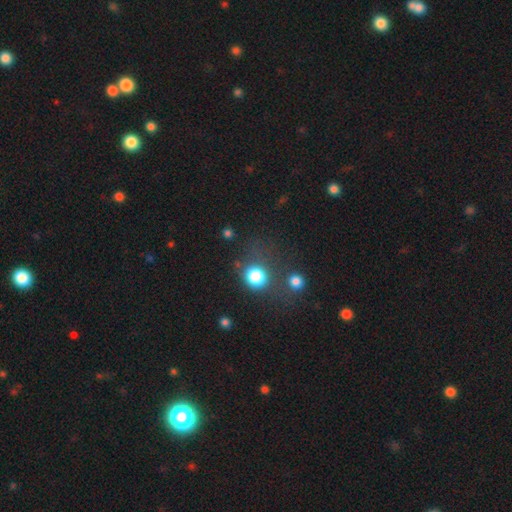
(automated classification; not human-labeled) The model was most divided on "smooth or featured": smooth: 50%, star or artifact: 43%, featured or disk: 7%. More confident: merging — none (71%).